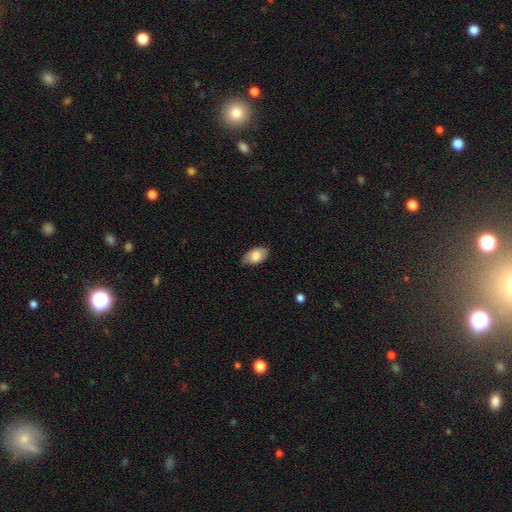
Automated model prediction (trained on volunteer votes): Smooth or featured? Predicted: smooth (p=0.80). How rounded? Predicted: in between (p=0.93). Merging? Predicted: none (p=0.76).